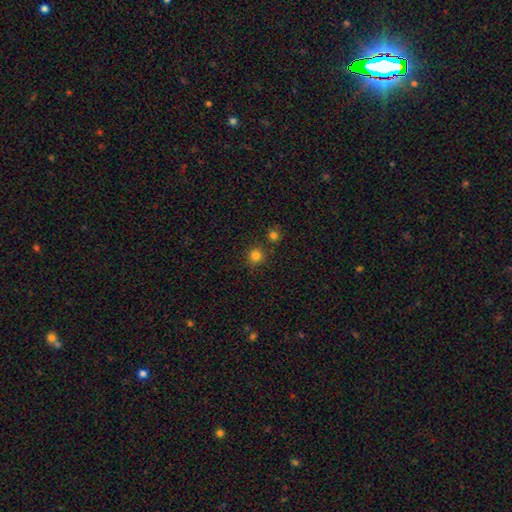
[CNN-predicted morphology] Smooth or featured? smooth (80%)
How rounded? round (93%)
Merging? none (81%)